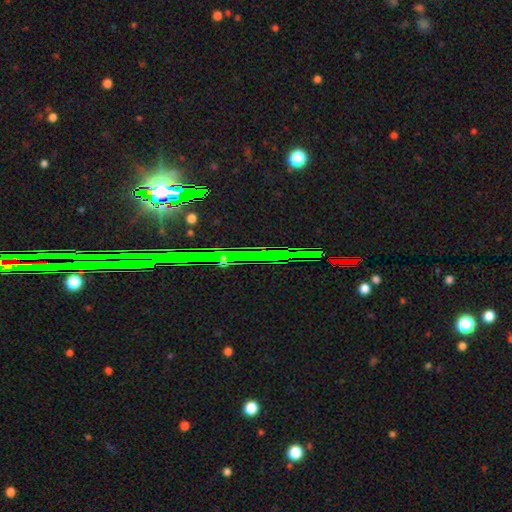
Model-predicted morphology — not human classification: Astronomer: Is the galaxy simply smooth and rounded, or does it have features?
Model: star or artifact — 81%.